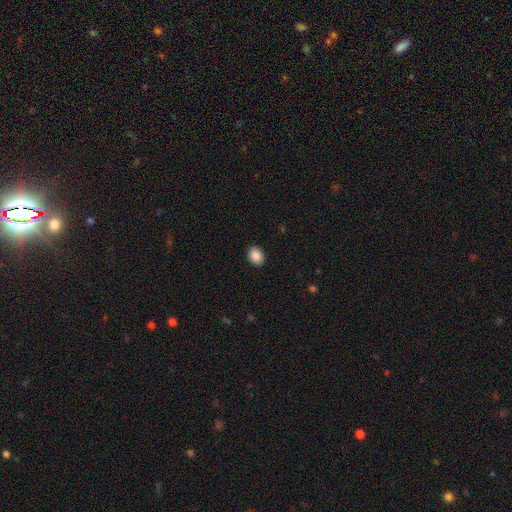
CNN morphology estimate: smooth_or_featured: smooth (p=0.88) [alt: star or artifact p=0.08]
how_rounded: in between (p=0.58) [alt: round p=0.41]
merging: none (p=0.91) [alt: minor disturbance p=0.07]